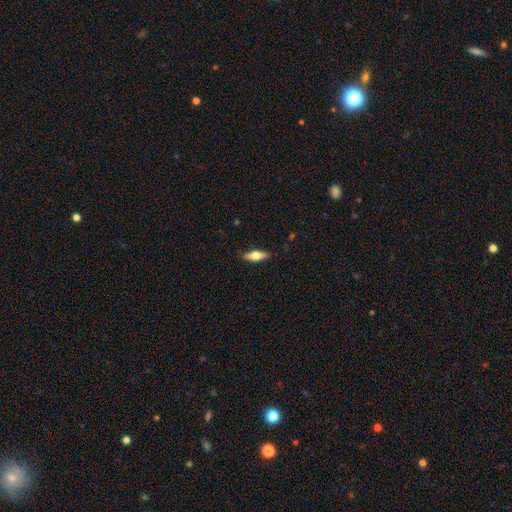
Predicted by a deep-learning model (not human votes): This appears to be a smooth galaxy with no disk features (48%). Merging: none (87%).